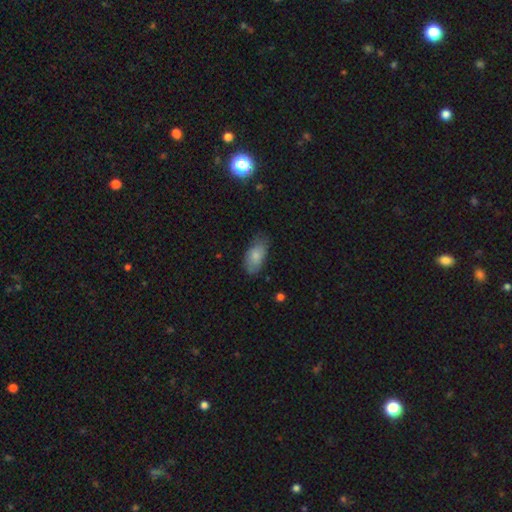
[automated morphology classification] type=smooth (80%); roundness=in between (92%); merging=none (67%).